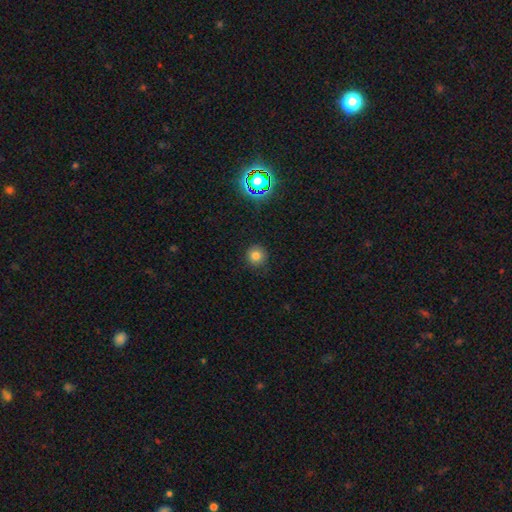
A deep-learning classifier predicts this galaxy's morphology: This is likely a smooth galaxy (78%). How rounded: clearly round (94%). Merging: clearly none (89%).